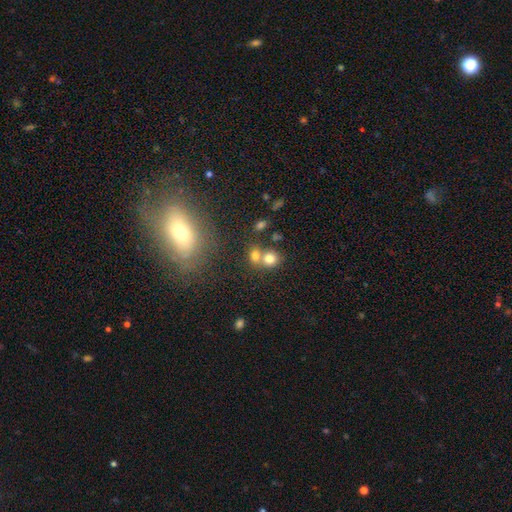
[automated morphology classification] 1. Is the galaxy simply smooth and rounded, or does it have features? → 69% smooth, 18% star or artifact, 12% featured or disk.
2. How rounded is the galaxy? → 72% round, 27% in between, 2% cigar-shaped.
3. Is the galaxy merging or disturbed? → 51% none, 36% merger, 9% minor disturbance, 4% major disturbance.